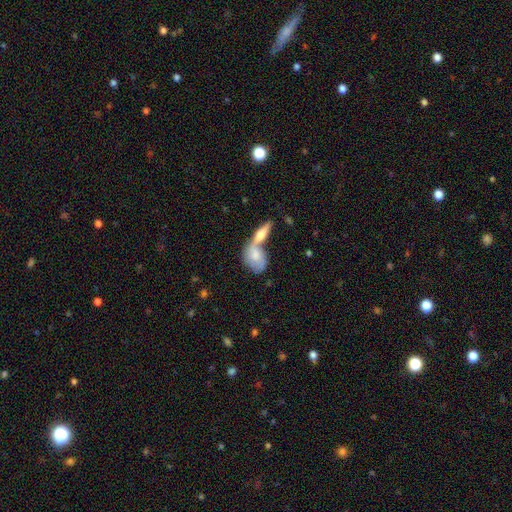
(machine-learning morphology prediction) Smooth or featured? Predicted: smooth (p=0.58). How rounded? Predicted: in between (p=0.77). Merging? Predicted: merger (p=0.60).